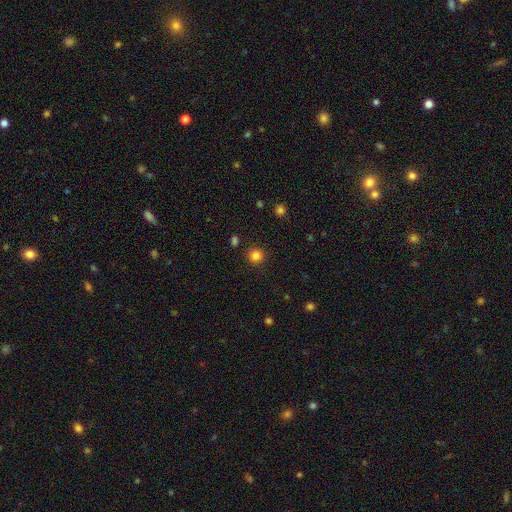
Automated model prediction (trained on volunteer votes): This appears to be a smooth galaxy with no disk features (83%) that is round (93%). Merging: none (90%).